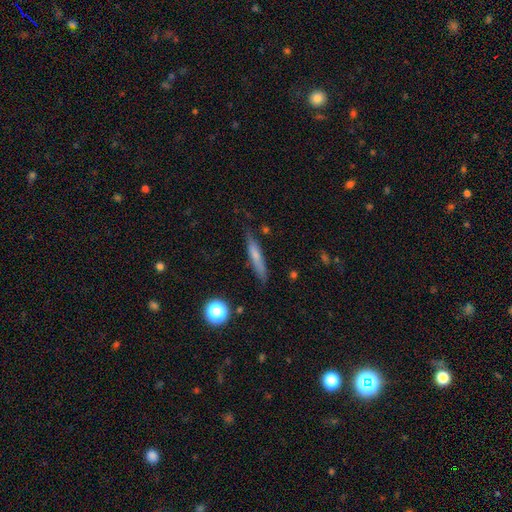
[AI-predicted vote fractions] Smooth or featured? Predicted: smooth (p=0.61). How rounded? Predicted: cigar-shaped (p=0.89). Merging? Predicted: none (p=0.78).